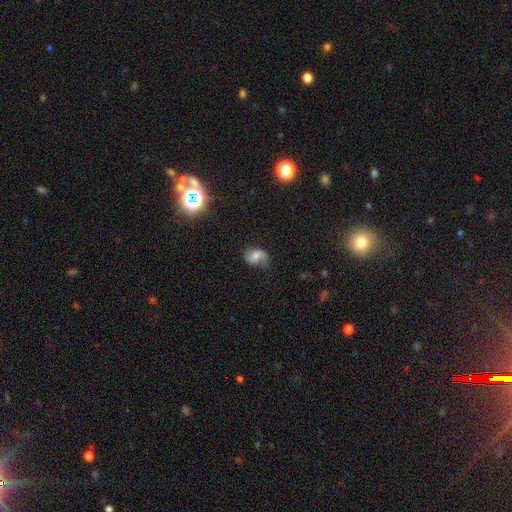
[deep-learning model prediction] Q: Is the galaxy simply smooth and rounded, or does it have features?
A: featured or disk — 56%.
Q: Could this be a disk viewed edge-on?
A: no — 97%.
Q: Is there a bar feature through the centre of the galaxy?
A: weak — 45%.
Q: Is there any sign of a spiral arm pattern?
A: yes — 89%.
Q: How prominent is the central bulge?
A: moderate — 32%.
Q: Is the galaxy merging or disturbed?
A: none — 57%.